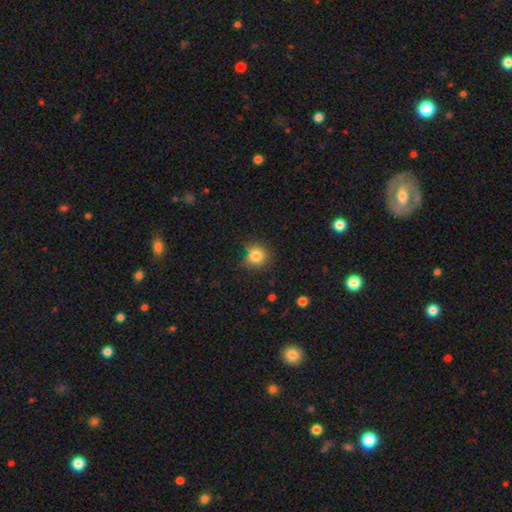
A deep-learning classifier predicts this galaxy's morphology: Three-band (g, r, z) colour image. It shows a smooth galaxy with no disk features (81%) that is round (86%). Merging: none (73%).